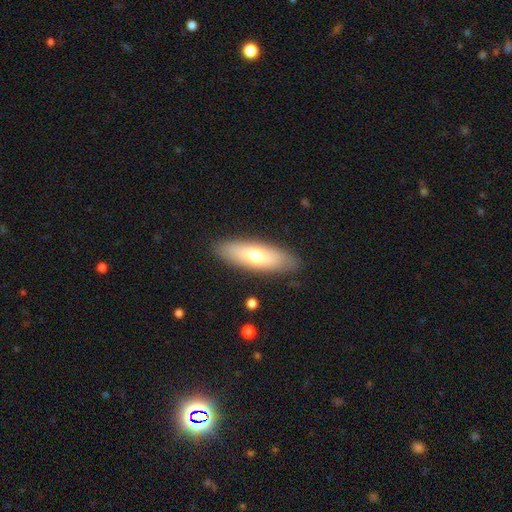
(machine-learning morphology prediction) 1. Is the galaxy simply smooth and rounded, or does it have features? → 64% smooth, 30% featured or disk, 6% star or artifact.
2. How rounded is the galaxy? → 57% in between, 41% cigar-shaped, 2% round.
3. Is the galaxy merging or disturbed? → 86% none, 10% minor disturbance, 2% major disturbance, 1% merger.